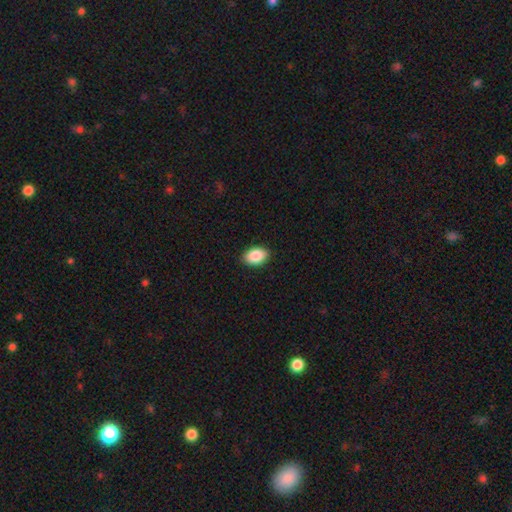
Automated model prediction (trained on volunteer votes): Morphology: type=smooth (88%); roundness=in between (86%); merging=none (90%).